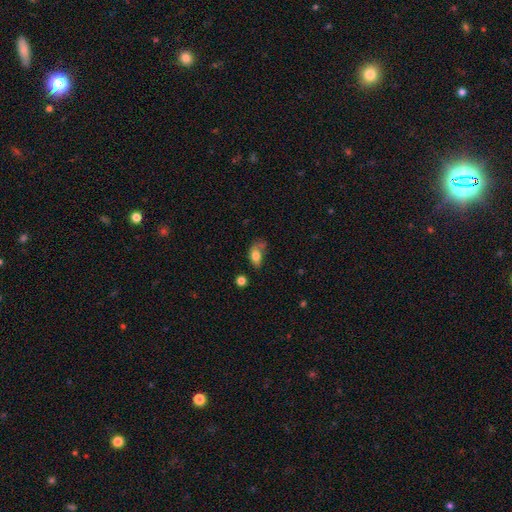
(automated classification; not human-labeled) Q: Smooth or featured?
A: smooth (77%); runner-up: featured or disk (14%)
Q: How rounded?
A: in between (83%); runner-up: round (13%)
Q: Merging?
A: minor disturbance (33%); runner-up: none (31%)